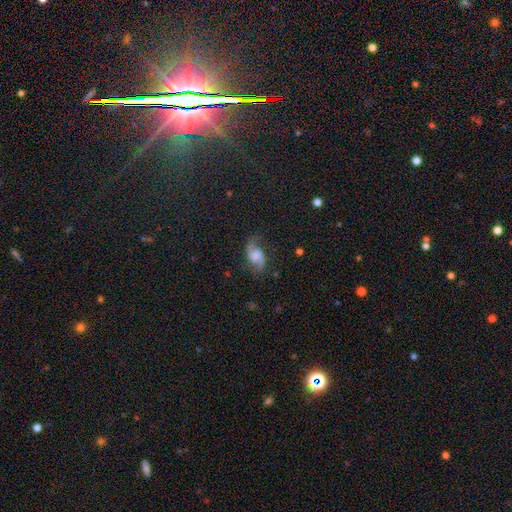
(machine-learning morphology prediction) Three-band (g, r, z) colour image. It shows a featured or disk galaxy (71%) with no bar (46%), 2 (91%) loose (56%) spiral arms (93%) and no central bulge (36%). Merging: none (70%).